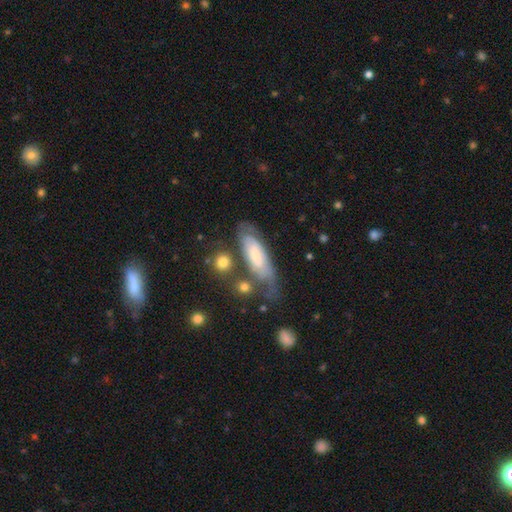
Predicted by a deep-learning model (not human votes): Overall: featured or disk (54%; smooth 39%). Edge-on disk: no (81%). Merging: none (48%; minor disturbance 25%).